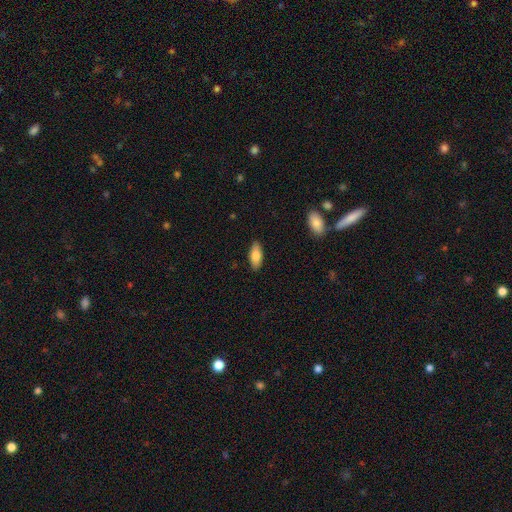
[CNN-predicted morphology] smooth_or_featured: smooth (p=0.79) [alt: featured or disk p=0.15]
how_rounded: in between (p=0.85) [alt: cigar-shaped p=0.13]
merging: none (p=0.89) [alt: minor disturbance p=0.08]